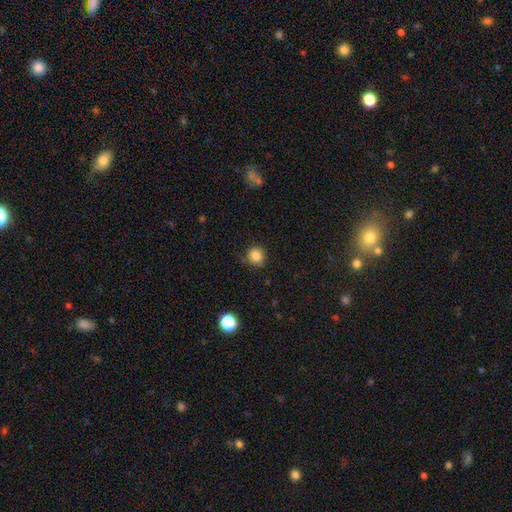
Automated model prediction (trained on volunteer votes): A smooth galaxy with no disk features (85%) that is round (87%). Merging: none (83%).